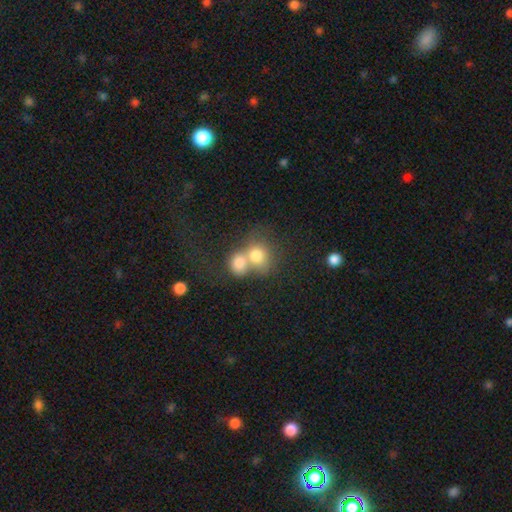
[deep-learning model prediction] Overall: smooth (75%). How rounded: round (70%). Merging: merger (67%).